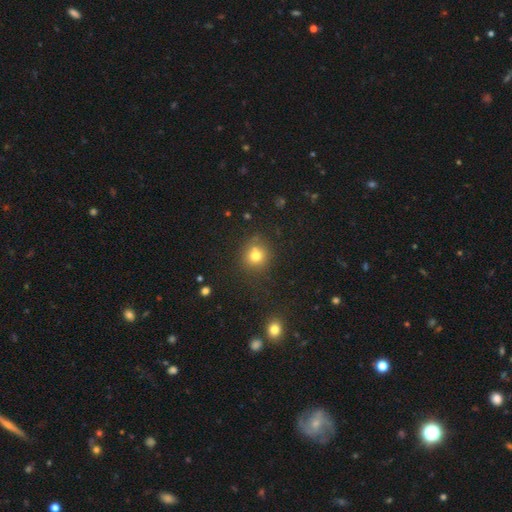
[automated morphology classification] Smooth or featured? smooth (74%)
How rounded? round (88%)
Merging? none (72%)